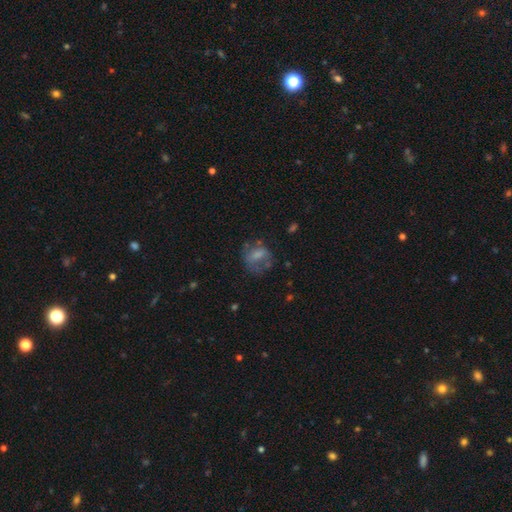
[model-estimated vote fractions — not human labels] smooth-or-featured: smooth: 45% | featured or disk: 39% | star or artifact: 16%
  merging: none: 55% | minor disturbance: 21% | major disturbance: 21% | merger: 3%